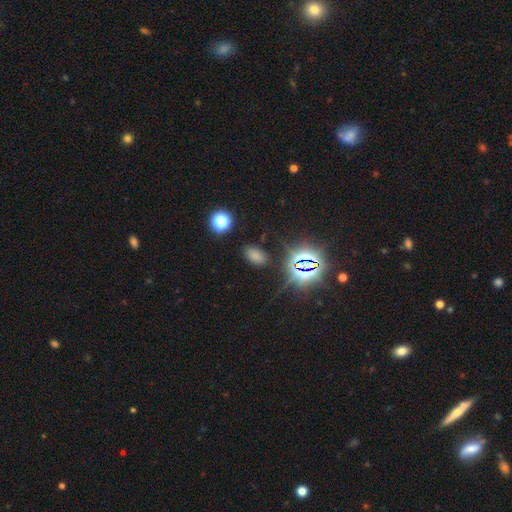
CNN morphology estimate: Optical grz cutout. It shows a smooth galaxy with no disk features (65%) that is in between round and cigar-shaped (90%). Merging: none (83%).